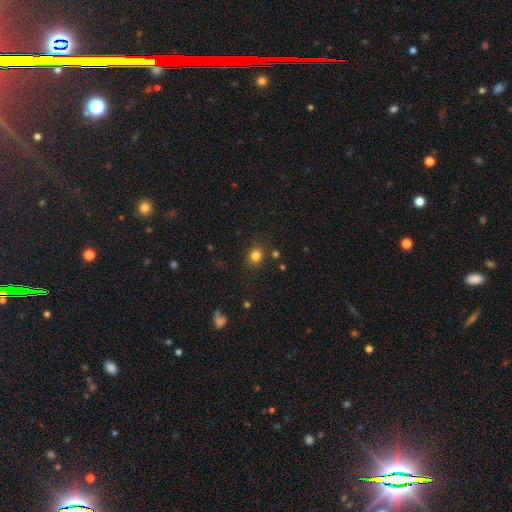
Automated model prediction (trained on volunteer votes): This is clearly a smooth galaxy (81%). How rounded: likely round (68%). Merging: clearly none (84%).